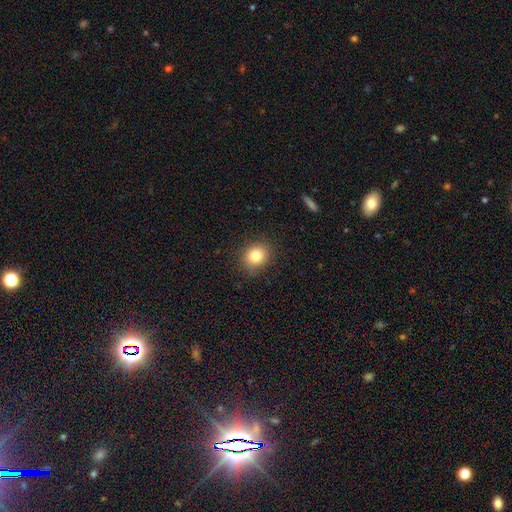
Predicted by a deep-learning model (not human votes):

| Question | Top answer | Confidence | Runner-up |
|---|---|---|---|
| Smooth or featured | smooth | 82% | star or artifact (11%) |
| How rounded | round | 73% | in between (27%) |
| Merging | none | 87% | minor disturbance (9%) |